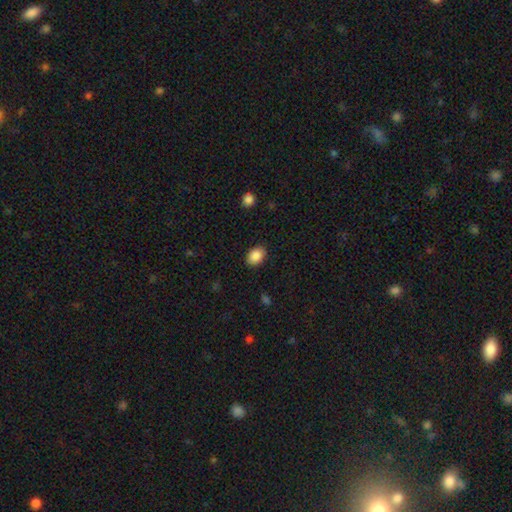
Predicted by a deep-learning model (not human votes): smooth_or_featured: smooth (p=0.88) [alt: star or artifact p=0.08]
how_rounded: in between (p=0.75) [alt: round p=0.24]
merging: none (p=0.88) [alt: minor disturbance p=0.09]